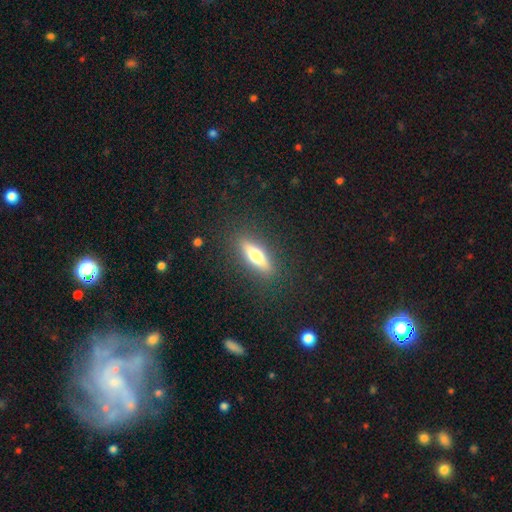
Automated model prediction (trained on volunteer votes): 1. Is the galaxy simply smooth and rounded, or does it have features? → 50% smooth, 42% featured or disk, 7% star or artifact.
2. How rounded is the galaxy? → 64% cigar-shaped, 33% in between, 3% round.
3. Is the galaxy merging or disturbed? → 88% none, 8% minor disturbance, 3% major disturbance, 1% merger.